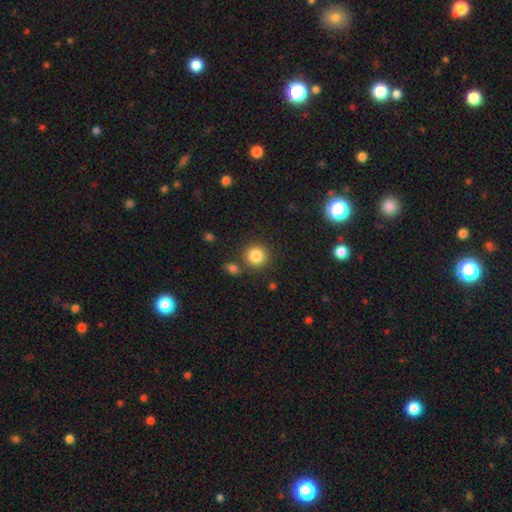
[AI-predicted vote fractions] Smooth or featured?
  - smooth: 84% *
  - star or artifact: 10%
  - featured or disk: 5%
How rounded?
  - round: 92% *
  - in between: 7%
  - cigar-shaped: 1%
Merging?
  - none: 81% *
  - merger: 9%
  - minor disturbance: 8%
  - major disturbance: 3%